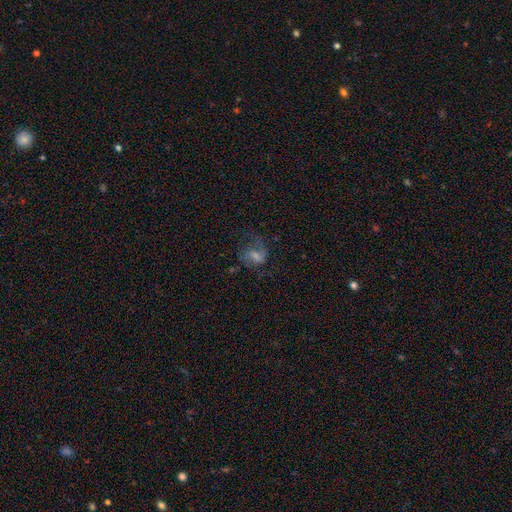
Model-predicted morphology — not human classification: This is likely a featured or disk galaxy (61%). It is clearly not viewed edge-on (97%). Bar: possibly weak (49%). Spiral arm pattern: clearly yes (86%). Spiral arm count: likely 2 (67%). Spiral winding: marginally loose (44%, tied with medium). Central bulge: marginally moderate (39%). Merging: possibly none (55%).